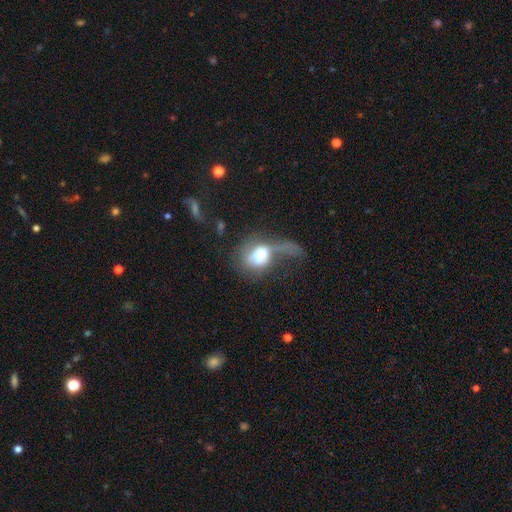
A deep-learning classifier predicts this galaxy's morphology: Smooth or featured?
  - smooth: 57% *
  - featured or disk: 34%
  - star or artifact: 9%
How rounded?
  - in between: 58% *
  - round: 39%
  - cigar-shaped: 2%
Merging?
  - major disturbance: 63% *
  - none: 13%
  - minor disturbance: 13%
  - merger: 12%